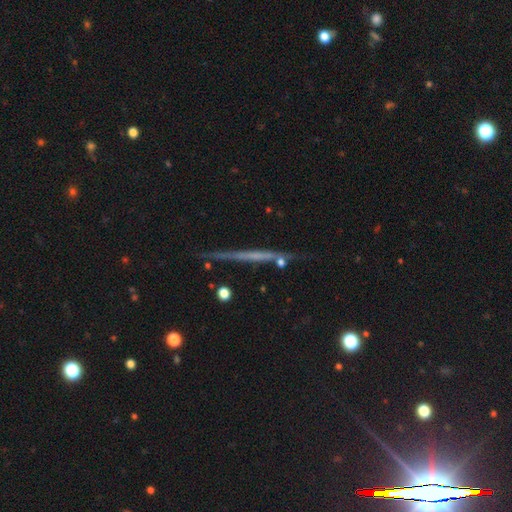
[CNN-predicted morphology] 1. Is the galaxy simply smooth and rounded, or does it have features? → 59% featured or disk, 32% smooth, 9% star or artifact.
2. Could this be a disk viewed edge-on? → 96% yes, 4% no.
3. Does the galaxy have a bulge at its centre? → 87% none, 8% rounded, 5% boxy.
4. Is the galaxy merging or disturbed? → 81% none, 12% minor disturbance, 4% merger, 3% major disturbance.